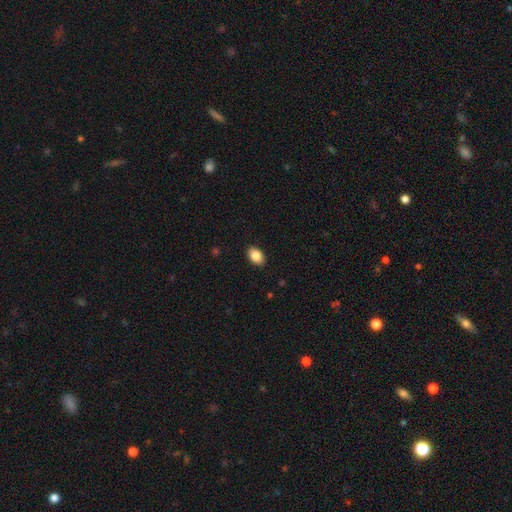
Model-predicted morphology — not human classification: Smooth or featured?
  - smooth: 86% *
  - star or artifact: 8%
  - featured or disk: 6%
How rounded?
  - in between: 86% *
  - round: 12%
  - cigar-shaped: 1%
Merging?
  - none: 89% *
  - minor disturbance: 8%
  - major disturbance: 2%
  - merger: 1%